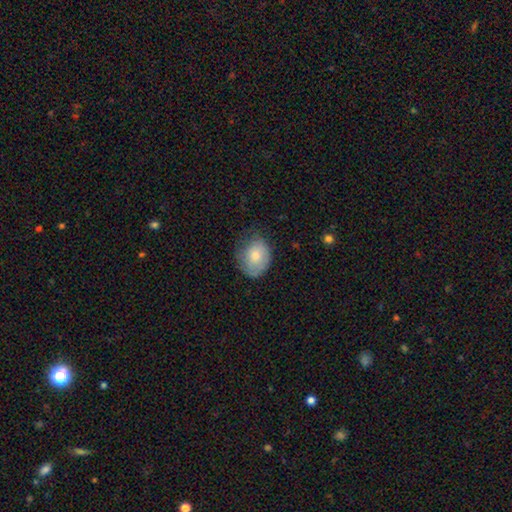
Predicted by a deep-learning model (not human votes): A smooth galaxy with no disk features (76%) that is round (50%). Merging: none (56%).